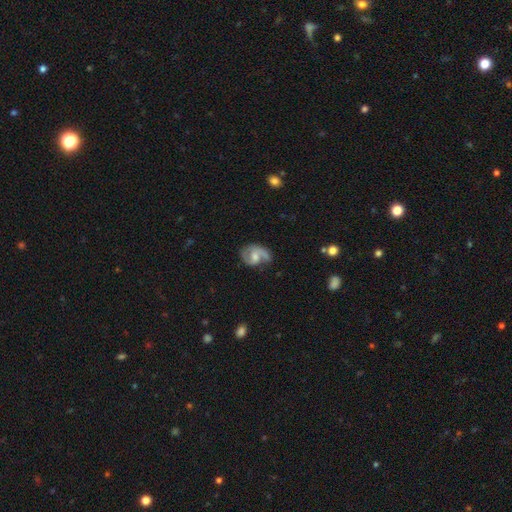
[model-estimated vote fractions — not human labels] Morphology: type=featured or disk (75%); edge-on=no (98%); bar=no (45%, tied with weak); spiral arms=yes (92%); winding=medium (47%); arm count=2 (71%); bulge=moderate (48%); merging=none (56%).